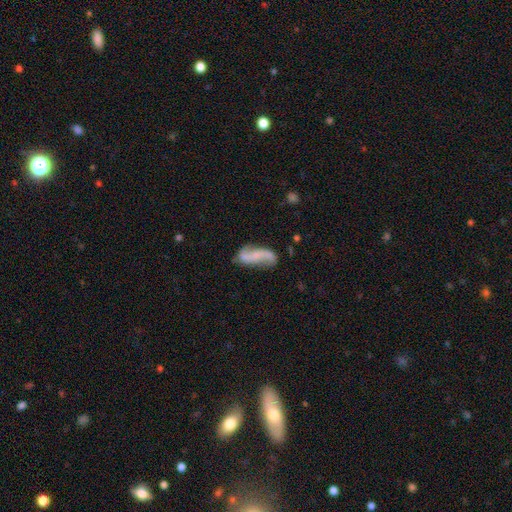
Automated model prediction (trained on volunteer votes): Q: Smooth or featured?
A: featured or disk (71%); runner-up: smooth (21%)
Q: Edge-on disk?
A: no (94%); runner-up: yes (6%)
Q: Bar?
A: no (52%); runner-up: weak (31%)
Q: Spiral arms?
A: yes (91%); runner-up: no (9%)
Q: Spiral winding?
A: loose (77%); runner-up: medium (17%)
Q: Spiral arm count?
A: 2 (90%); runner-up: 1 (4%)
Q: Bulge size?
A: none (53%); runner-up: small (33%)
Q: Merging?
A: none (61%); runner-up: minor disturbance (22%)